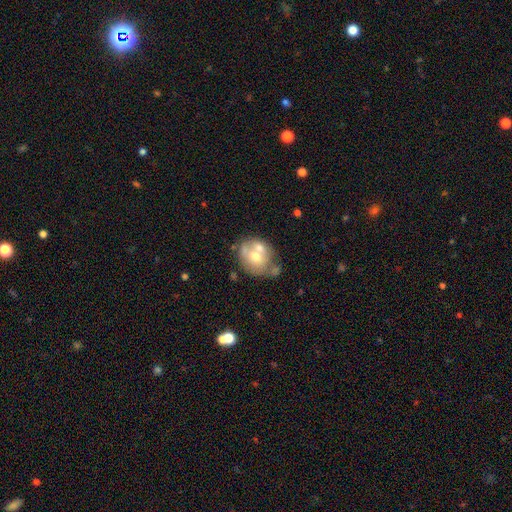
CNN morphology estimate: This appears to be a smooth galaxy with no disk features (50%) that is round (66%). Merging: merger (39%).